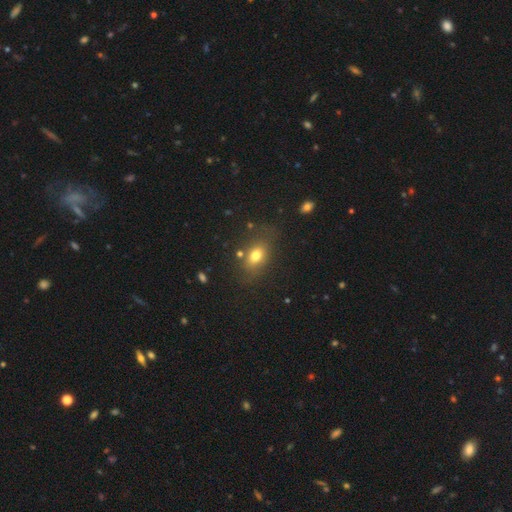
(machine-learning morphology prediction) Smooth or featured? Predicted: smooth (p=0.73). How rounded? Predicted: in between (p=0.77). Merging? Predicted: none (p=0.72).